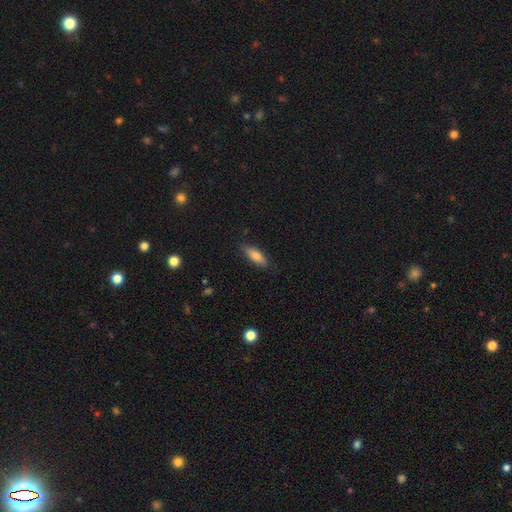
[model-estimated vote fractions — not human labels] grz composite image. It shows a smooth galaxy with no disk features (79%) that is in between round and cigar-shaped (57%). Merging: none (82%).